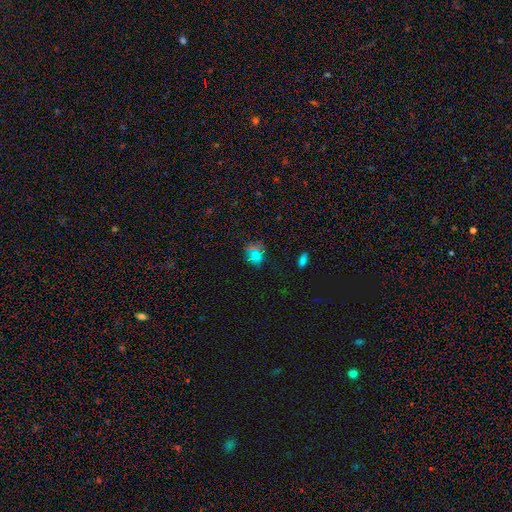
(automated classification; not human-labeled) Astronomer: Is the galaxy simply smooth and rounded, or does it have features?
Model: smooth — 63%.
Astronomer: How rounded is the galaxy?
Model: round — 67%.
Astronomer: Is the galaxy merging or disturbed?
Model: none — 65%.